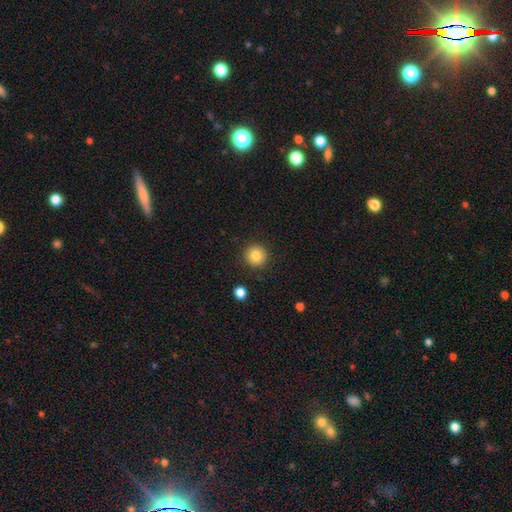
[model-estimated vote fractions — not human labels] Smooth or featured: smooth — 83% (star or artifact — 10%)
How rounded: round — 95% (in between — 4%)
Merging: none — 91% (minor disturbance — 6%)